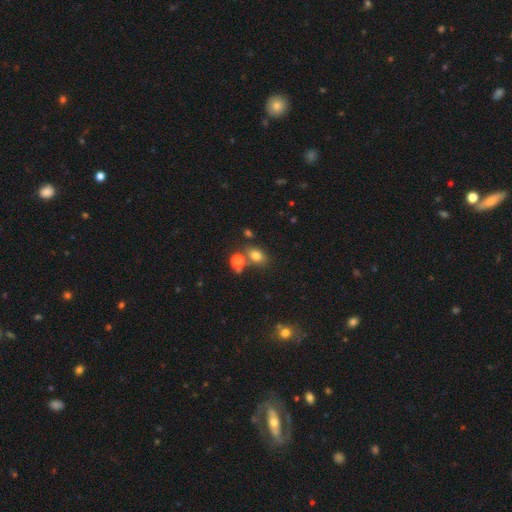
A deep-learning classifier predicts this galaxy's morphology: This is likely a smooth galaxy (77%). How rounded: likely in between (69%). Merging: likely none (62%).